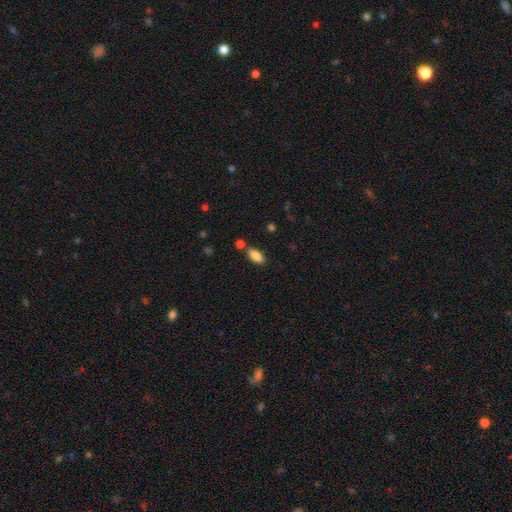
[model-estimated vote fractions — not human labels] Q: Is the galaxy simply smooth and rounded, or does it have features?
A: smooth — 87%.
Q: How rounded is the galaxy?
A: in between — 89%.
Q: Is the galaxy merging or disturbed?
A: none — 75%.